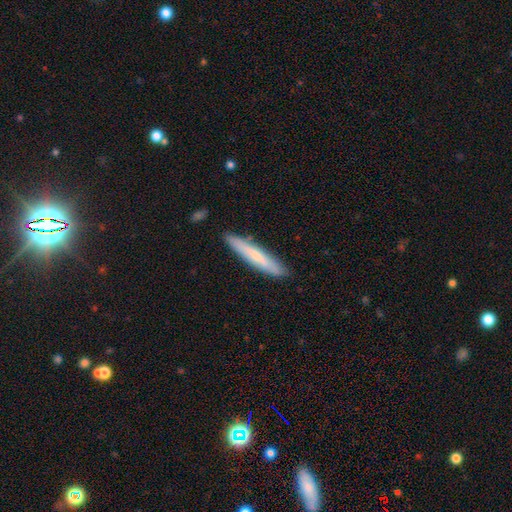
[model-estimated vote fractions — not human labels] A smooth galaxy with no disk features (65%) that is cigar-shaped (93%). Merging: none (87%).